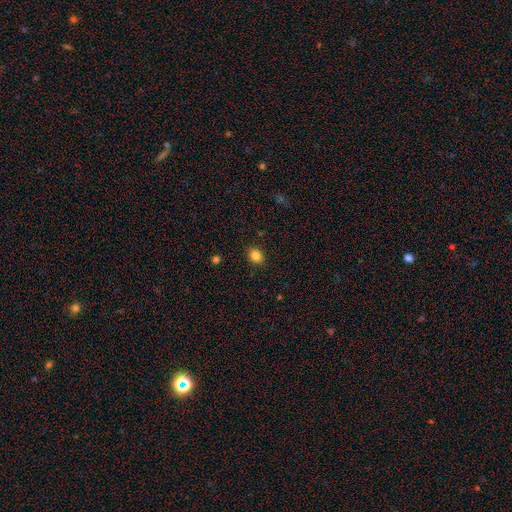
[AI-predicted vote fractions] This appears to be a smooth galaxy with no disk features (84%) that is round (56%). Merging: none (89%).